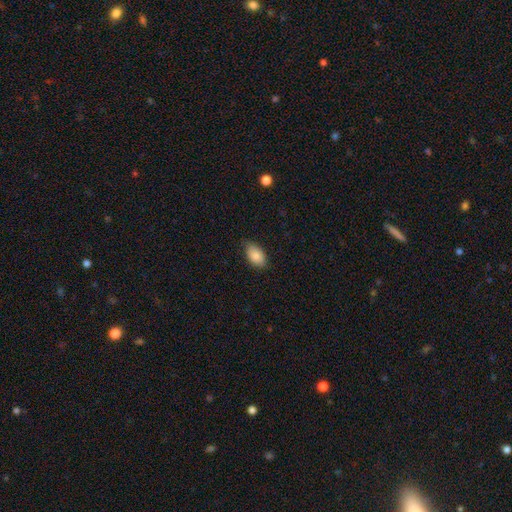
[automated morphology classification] The model was most divided on "merging": none: 76%, minor disturbance: 20%, major disturbance: 3%, merger: 1%. More confident: how rounded — in between (92%); smooth or featured — smooth (86%).